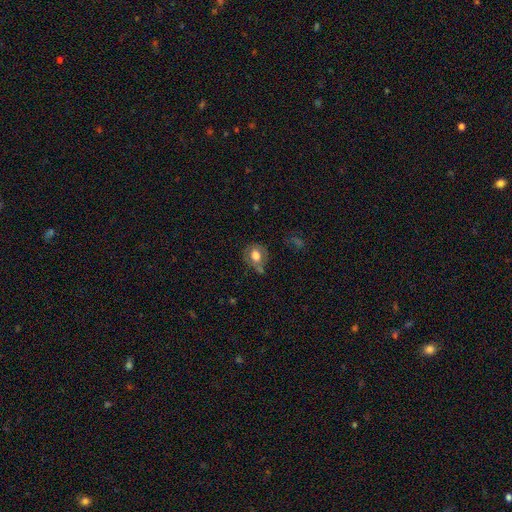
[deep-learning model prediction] Q: Smooth or featured?
A: smooth (65%); runner-up: featured or disk (26%)
Q: How rounded?
A: round (53%); runner-up: in between (46%)
Q: Merging?
A: none (53%); runner-up: minor disturbance (26%)